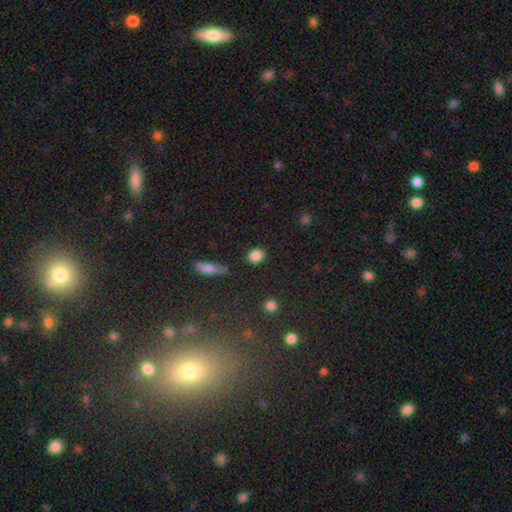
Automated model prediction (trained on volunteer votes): Overall: smooth (85%). How rounded: round (59%; in between 39%). Merging: none (86%).